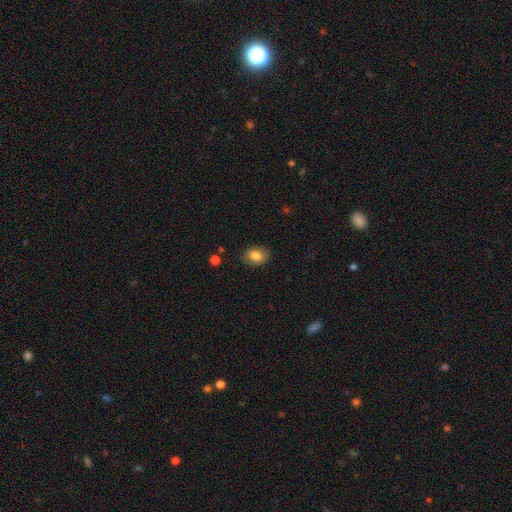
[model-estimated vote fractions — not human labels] Smooth or featured: smooth — 83% (star or artifact — 9%)
How rounded: in between — 68% (round — 31%)
Merging: none — 83% (minor disturbance — 13%)